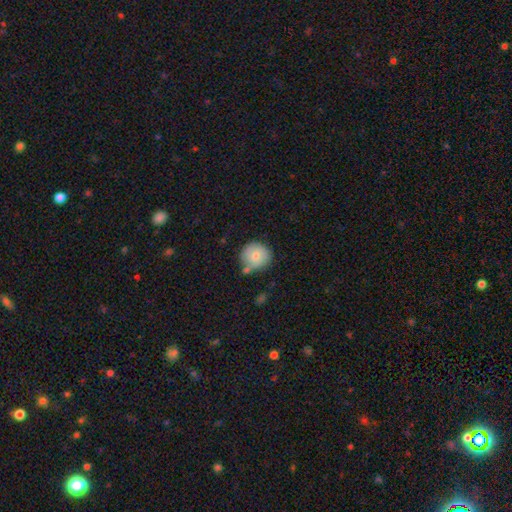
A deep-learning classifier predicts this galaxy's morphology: Q: Smooth or featured?
A: smooth (78%); runner-up: featured or disk (15%)
Q: How rounded?
A: round (89%); runner-up: in between (11%)
Q: Merging?
A: none (66%); runner-up: minor disturbance (17%)